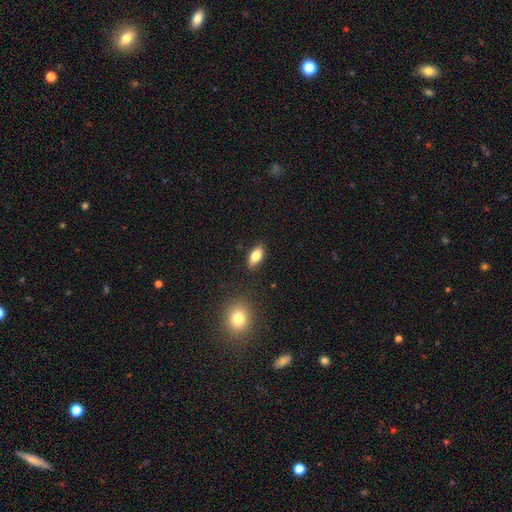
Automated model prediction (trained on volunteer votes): A smooth galaxy with no disk features (76%) that is in between round and cigar-shaped (84%).

Vote fractions:
- Smooth or featured? smooth: 76% / featured or disk: 16% / star or artifact: 8%
- How rounded? in between: 84% / cigar-shaped: 12% / round: 4%
- Merging? none: 86% / minor disturbance: 10% / major disturbance: 2% / merger: 2%